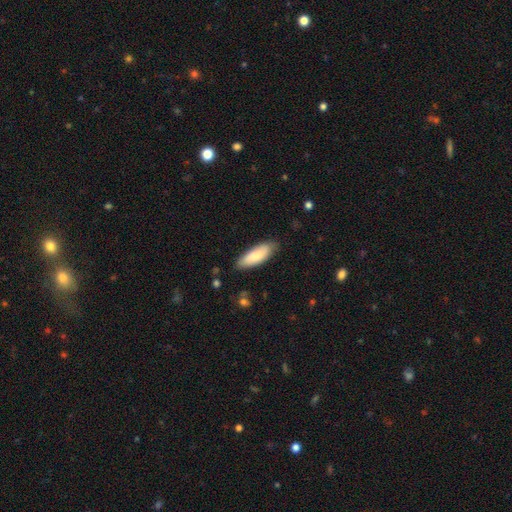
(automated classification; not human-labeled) Q: Smooth or featured?
A: smooth (81%); runner-up: featured or disk (13%)
Q: How rounded?
A: in between (67%); runner-up: cigar-shaped (32%)
Q: Merging?
A: none (79%); runner-up: minor disturbance (17%)